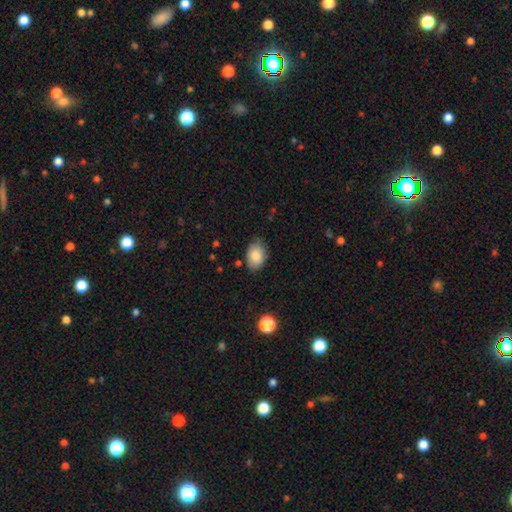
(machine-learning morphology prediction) Q: Smooth or featured?
A: smooth (85%); runner-up: featured or disk (7%)
Q: How rounded?
A: in between (87%); runner-up: round (12%)
Q: Merging?
A: none (78%); runner-up: minor disturbance (18%)